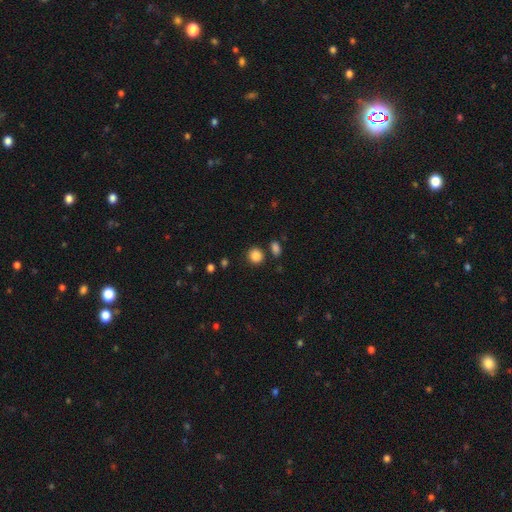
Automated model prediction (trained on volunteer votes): Smooth or featured: smooth — 86% (star or artifact — 10%)
How rounded: round — 86% (in between — 13%)
Merging: none — 81% (minor disturbance — 8%)